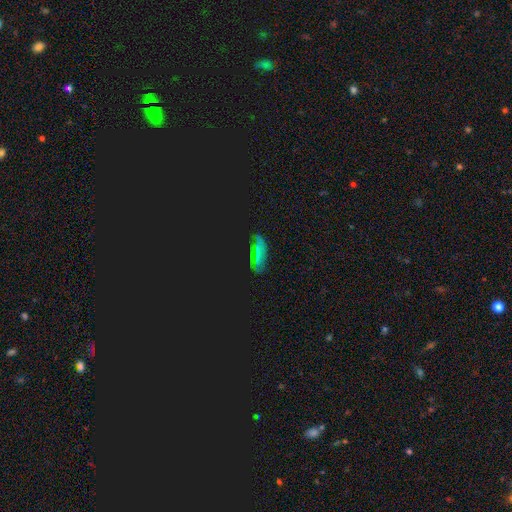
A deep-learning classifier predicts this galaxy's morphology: star or artifact 48%, smooth 27%, featured or disk 25%.